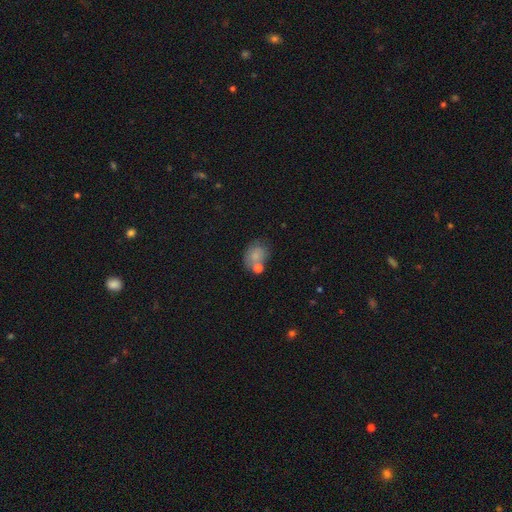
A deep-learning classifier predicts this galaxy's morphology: A smooth galaxy with no disk features (74%) that is in between round and cigar-shaped (52%). Merging: none (47%).